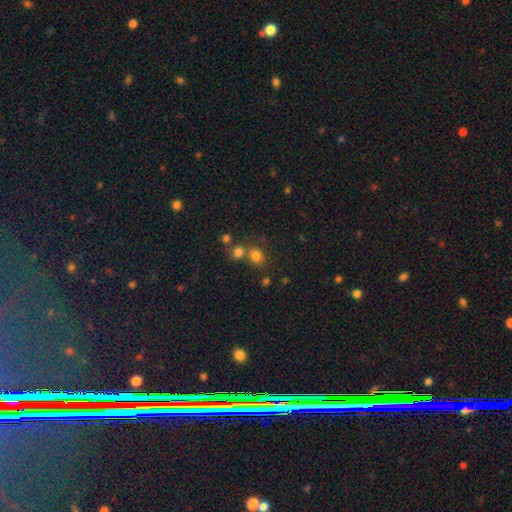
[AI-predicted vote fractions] smooth-or-featured: smooth: 76% | star or artifact: 17% | featured or disk: 7%
  how-rounded: round: 77% | in between: 22% | cigar-shaped: 1%
  merging: none: 59% | merger: 29% | minor disturbance: 8% | major disturbance: 4%